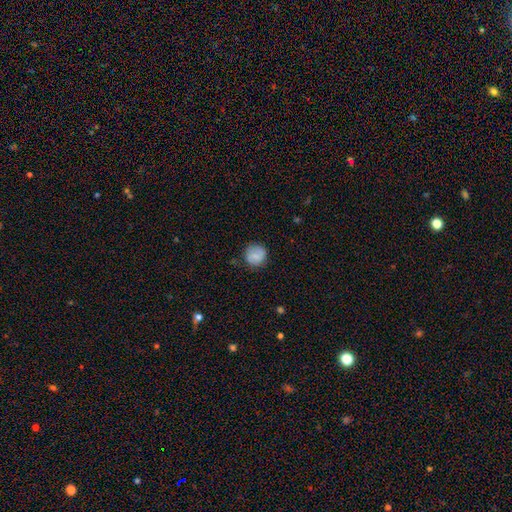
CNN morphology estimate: type=smooth (79%); roundness=round (89%); merging=none (80%).